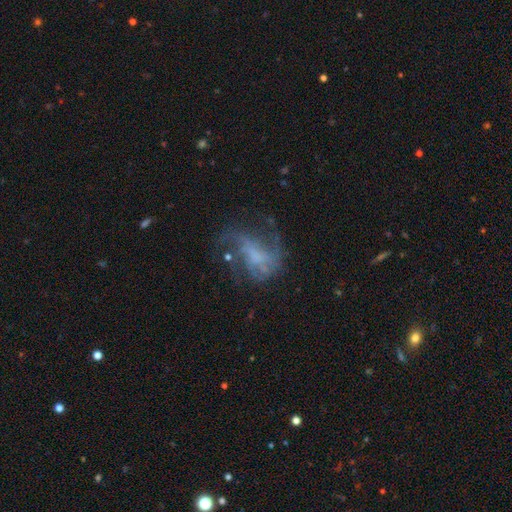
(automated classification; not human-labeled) A featured or disk galaxy (64%) with no bar (56%), spiral arms (66%) and no central bulge (48%).

Vote fractions:
- Smooth or featured? featured or disk: 64% / smooth: 21% / star or artifact: 15%
- Edge-on disk? no: 96% / yes: 4%
- Bar? no: 56% / weak: 33% / strong: 11%
- Spiral arms? yes: 66% / no: 34%
- Bulge size? none: 48% / small: 25% / moderate: 20% / large: 6% / dominant: 2%
- Merging? none: 43% / major disturbance: 35% / minor disturbance: 19% / merger: 4%